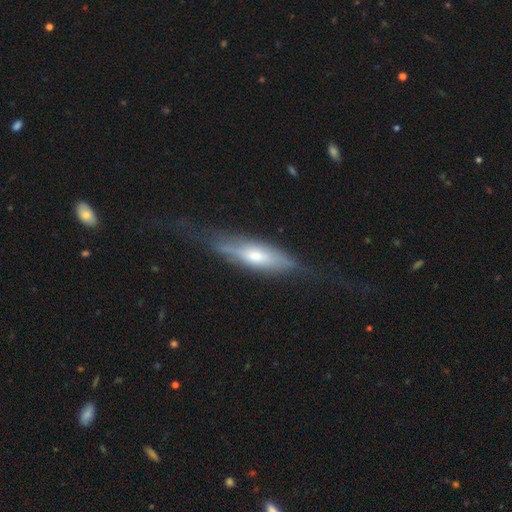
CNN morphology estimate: Q: Smooth or featured?
A: featured or disk (56%); runner-up: smooth (38%)
Q: Edge-on disk?
A: yes (78%); runner-up: no (22%)
Q: Merging?
A: none (58%); runner-up: minor disturbance (24%)